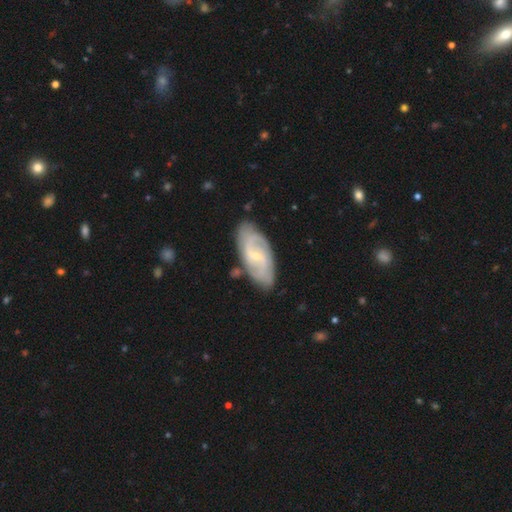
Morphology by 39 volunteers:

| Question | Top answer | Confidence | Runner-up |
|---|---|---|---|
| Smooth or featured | featured or disk | 85% | smooth (10%) |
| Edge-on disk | no | 100% | — |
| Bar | weak | 61% | strong (27%) |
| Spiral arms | yes | 97% | no (3%) |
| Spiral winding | medium | 59% | loose (22%) |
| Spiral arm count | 2 | 81% | can't tell (9%) |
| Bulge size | small | 88% | moderate (9%) |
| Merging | none | 73% | minor disturbance (22%) |